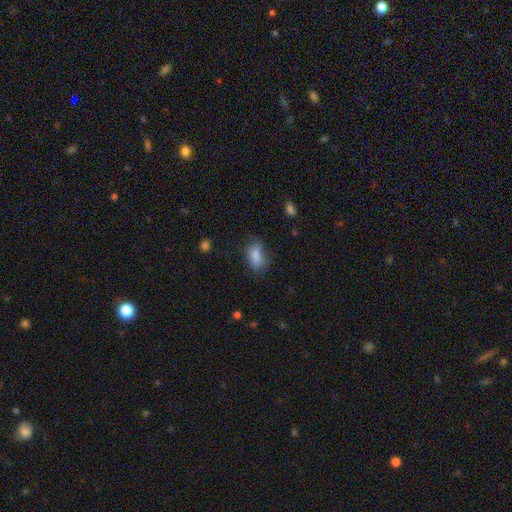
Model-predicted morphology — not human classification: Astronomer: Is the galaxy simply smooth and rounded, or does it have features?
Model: smooth — 84%.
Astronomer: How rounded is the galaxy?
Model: in between — 88%.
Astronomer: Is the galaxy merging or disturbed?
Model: none — 66%.